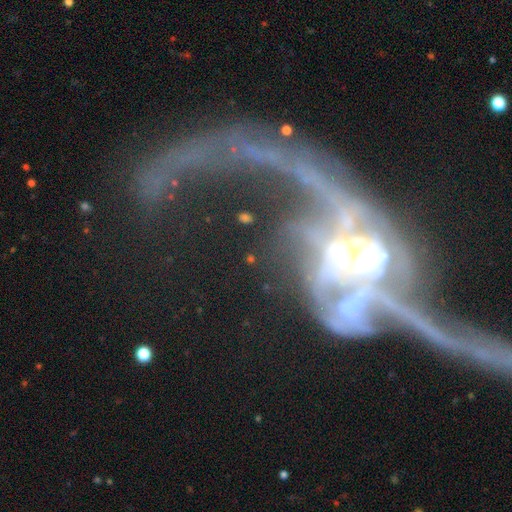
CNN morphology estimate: type=featured or disk (80%); edge-on=no (92%); bar=no (41%); spiral arms=yes (75%); winding=loose (73%); arm count=2 (35%); bulge=moderate (46%); merging=major disturbance (48%).